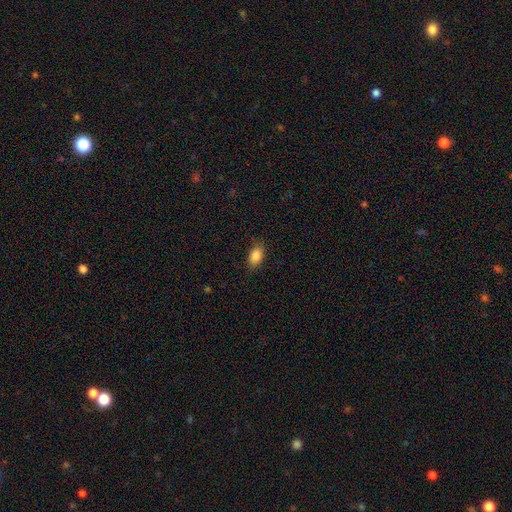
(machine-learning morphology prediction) smooth_or_featured: smooth (p=0.87) [alt: star or artifact p=0.08]
how_rounded: in between (p=0.87) [alt: round p=0.10]
merging: none (p=0.84) [alt: minor disturbance p=0.12]